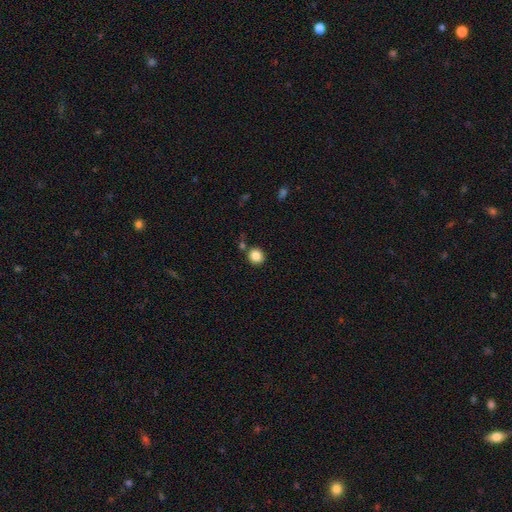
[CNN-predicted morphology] Smooth or featured? Predicted: smooth (p=0.86). How rounded? Predicted: round (p=0.88). Merging? Predicted: none (p=0.82).